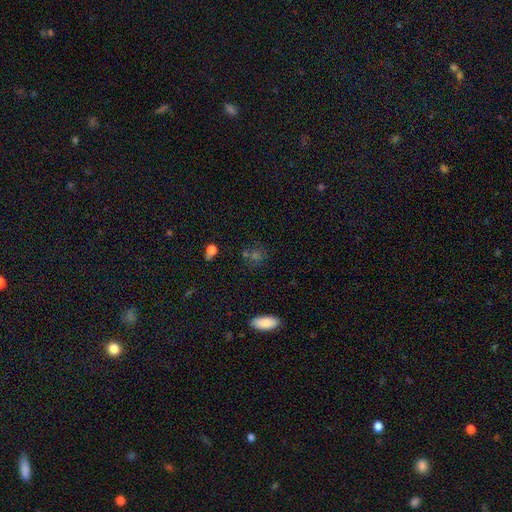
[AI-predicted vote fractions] Smooth or featured: smooth — 57% (star or artifact — 31%)
How rounded: round — 75% (in between — 22%)
Merging: none — 72% (minor disturbance — 12%)